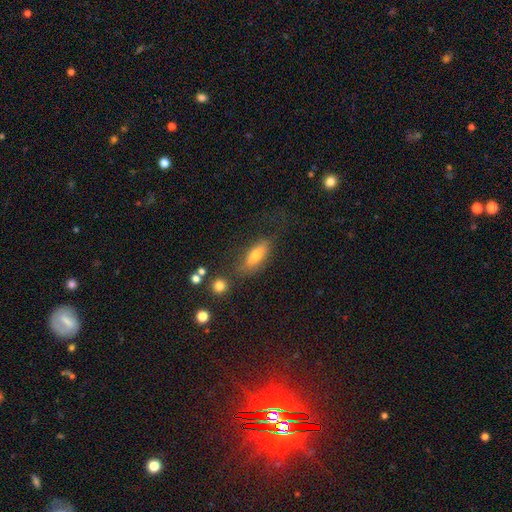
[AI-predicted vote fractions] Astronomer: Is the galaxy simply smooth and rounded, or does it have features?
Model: smooth — 69%.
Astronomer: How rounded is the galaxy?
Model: in between — 67%.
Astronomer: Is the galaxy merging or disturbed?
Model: none — 64%.